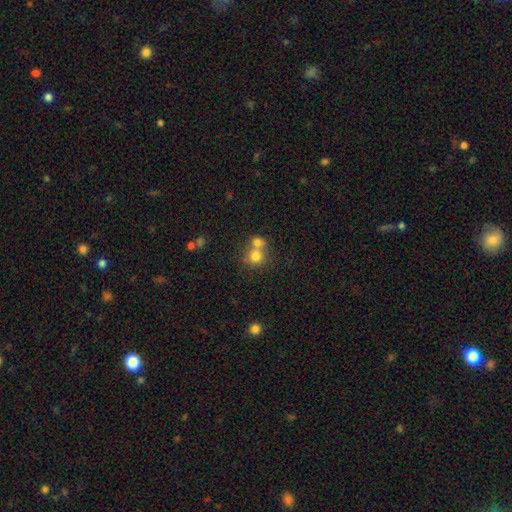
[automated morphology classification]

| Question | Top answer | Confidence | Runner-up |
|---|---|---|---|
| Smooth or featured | smooth | 76% | featured or disk (13%) |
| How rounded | round | 83% | in between (16%) |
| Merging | merger | 53% | none (38%) |